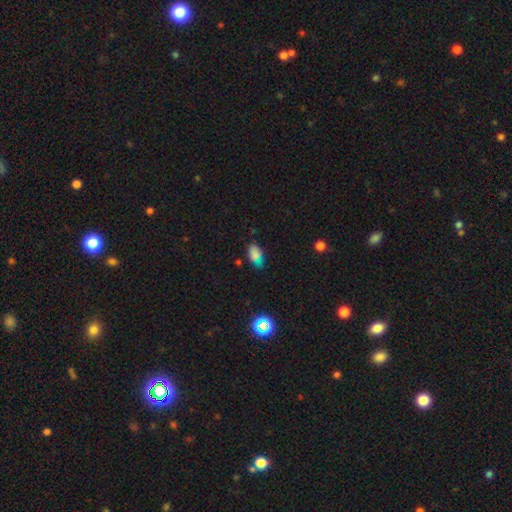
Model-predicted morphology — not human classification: Smooth or featured: smooth — 74% (star or artifact — 17%)
How rounded: in between — 90% (round — 7%)
Merging: none — 60% (minor disturbance — 28%)